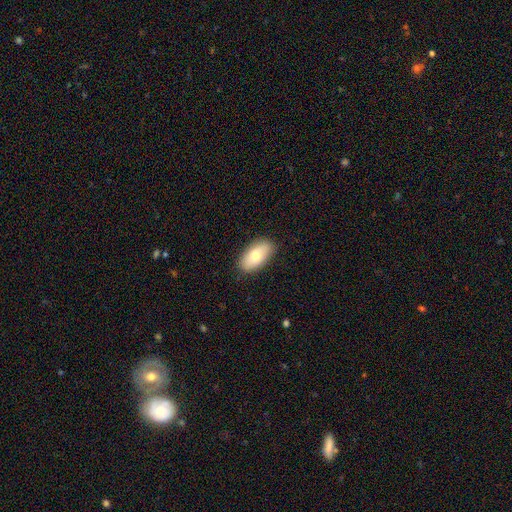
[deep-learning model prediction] smooth-or-featured: smooth: 73% | featured or disk: 20% | star or artifact: 6%
  how-rounded: in between: 92% | cigar-shaped: 4% | round: 3%
  merging: none: 87% | minor disturbance: 10% | major disturbance: 2% | merger: 1%